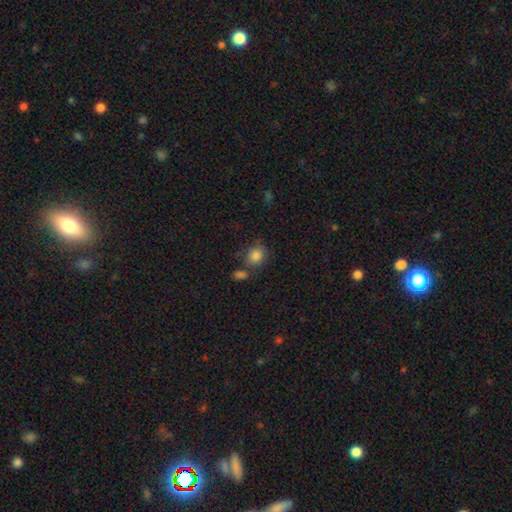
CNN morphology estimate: Smooth or featured? smooth (85%)
How rounded? round (70%)
Merging? none (64%)